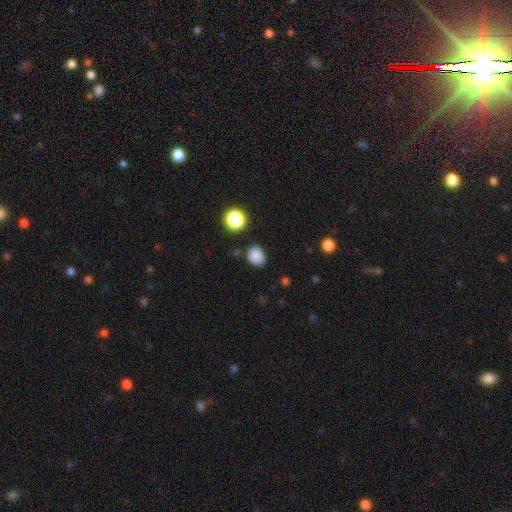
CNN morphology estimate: Smooth or featured? smooth (85%)
How rounded? in between (56%)
Merging? none (79%)